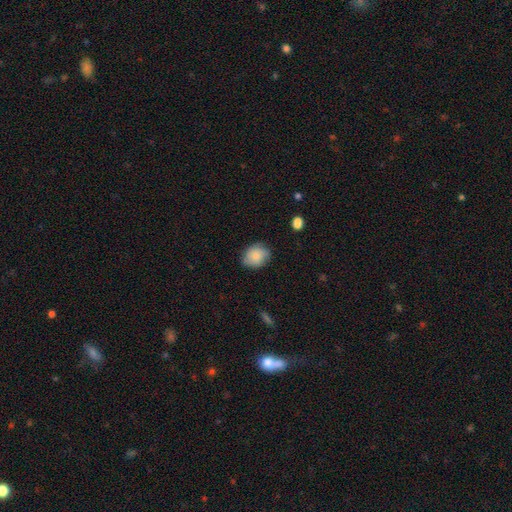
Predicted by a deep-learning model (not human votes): Morphology: type=smooth (79%); roundness=round (53%); merging=none (72%).